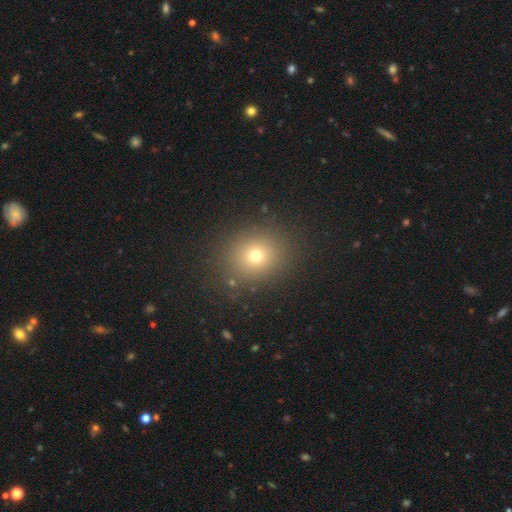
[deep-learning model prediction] smooth_or_featured: smooth (p=0.70) [alt: star or artifact p=0.20]
how_rounded: round (p=0.71) [alt: in between p=0.28]
merging: none (p=0.86) [alt: minor disturbance p=0.08]